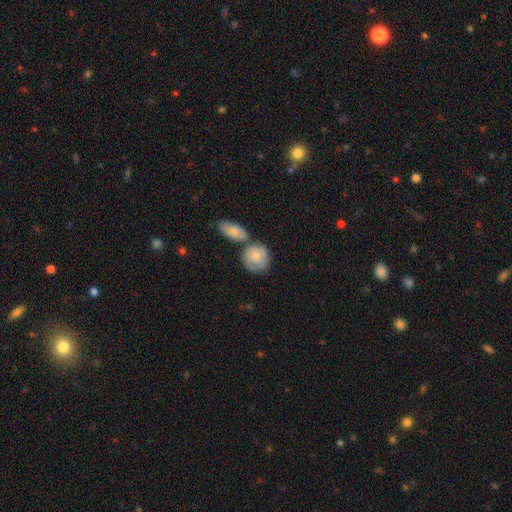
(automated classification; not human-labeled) Smooth or featured?
  - smooth: 75% *
  - featured or disk: 19%
  - star or artifact: 6%
How rounded?
  - round: 76% *
  - in between: 23%
  - cigar-shaped: 2%
Merging?
  - none: 44% *
  - merger: 34%
  - minor disturbance: 16%
  - major disturbance: 6%